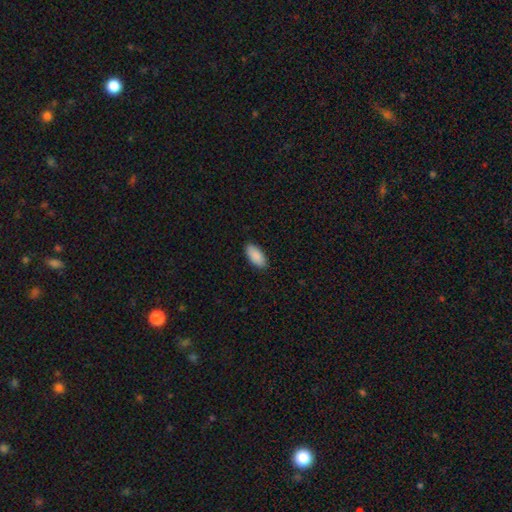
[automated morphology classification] Overall: smooth (90%). How rounded: in between (92%). Merging: none (89%).